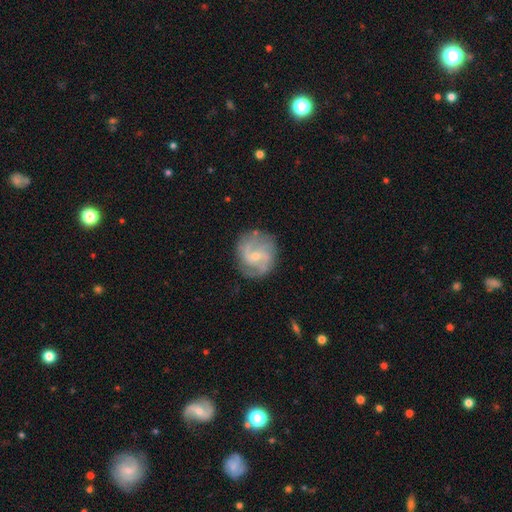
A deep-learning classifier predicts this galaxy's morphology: Smooth or featured? featured or disk (82%)
Edge-on disk? no (98%)
Bar? weak (48%)
Spiral arms? yes (94%)
Spiral winding? medium (50%)
Spiral arm count? 2 (63%)
Bulge size? small (67%)
Merging? none (77%)